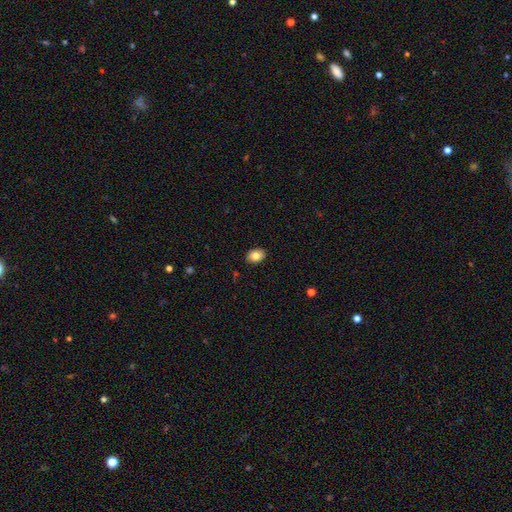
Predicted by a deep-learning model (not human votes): This appears to be a smooth galaxy with no disk features (84%) that is in between round and cigar-shaped (79%). Merging: none (90%).